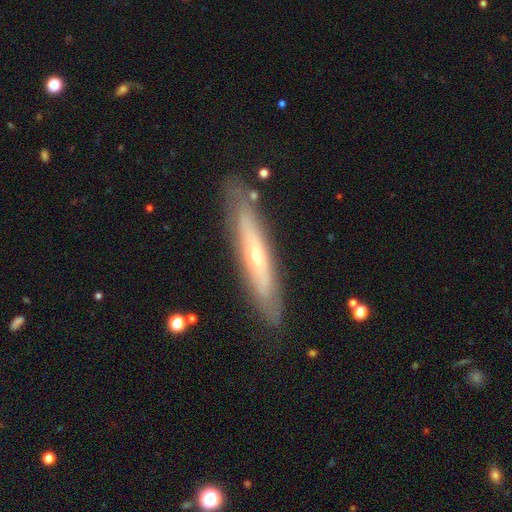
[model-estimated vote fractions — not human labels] This is likely a featured or disk galaxy (66%). It is likely viewed edge-on (63%). Merging: clearly none (82%).